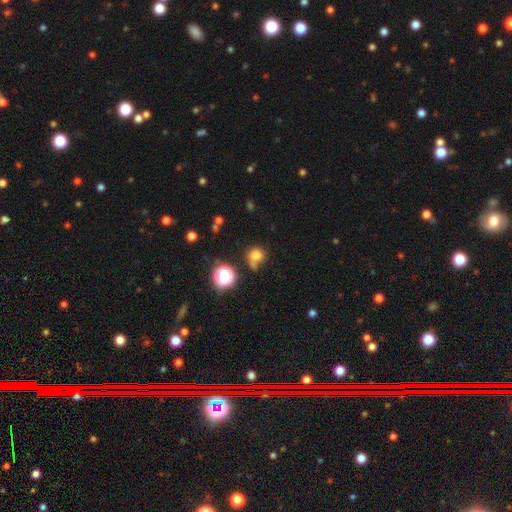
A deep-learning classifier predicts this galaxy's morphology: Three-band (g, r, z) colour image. It shows a smooth galaxy with no disk features (74%) that is round (83%). Merging: none (51%).